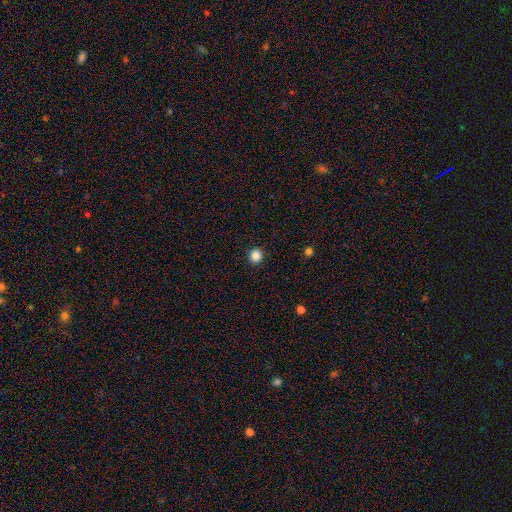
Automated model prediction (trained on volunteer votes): A smooth galaxy with no disk features (86%) that is round (91%).

Vote fractions:
- Smooth or featured? smooth: 86% / star or artifact: 11% / featured or disk: 3%
- How rounded? round: 91% / in between: 8% / cigar-shaped: 1%
- Merging? none: 92% / minor disturbance: 5% / major disturbance: 2% / merger: 1%